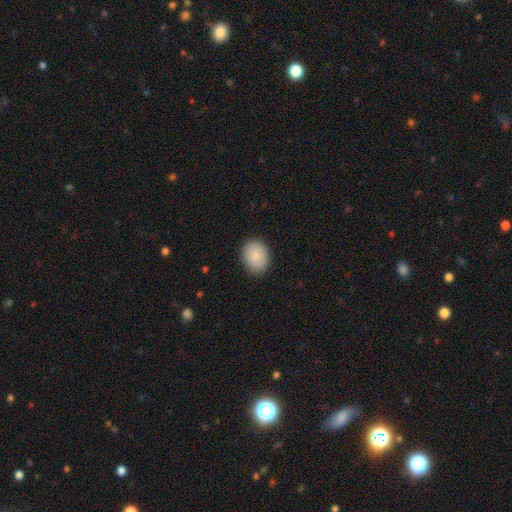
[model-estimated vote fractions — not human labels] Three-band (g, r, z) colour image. It shows a smooth galaxy with no disk features (86%) that is in between round and cigar-shaped (54%). Merging: none (88%).